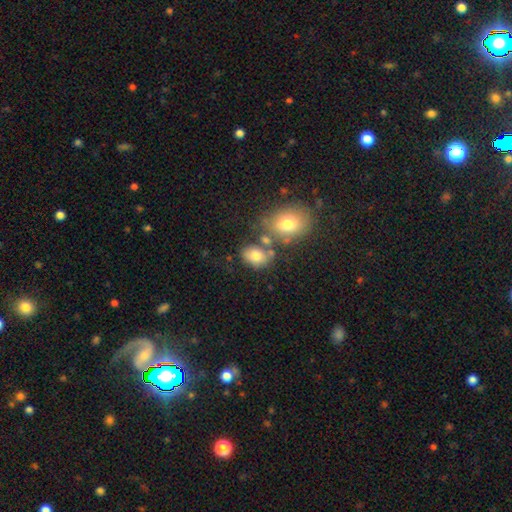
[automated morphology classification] Smooth or featured? Predicted: smooth (p=0.76). How rounded? Predicted: in between (p=0.65). Merging? Predicted: none (p=0.55).